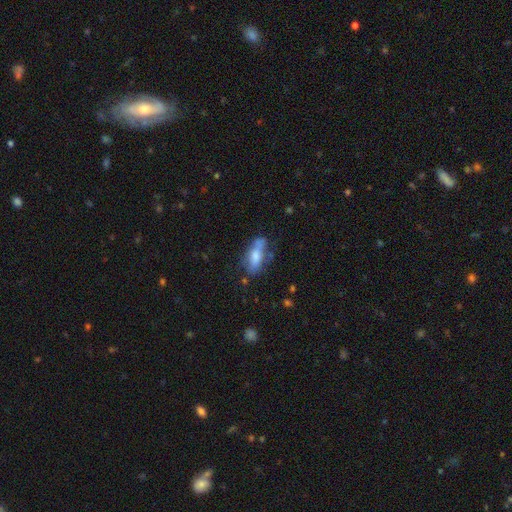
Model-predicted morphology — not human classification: The model was most divided on "merging": none: 55%, minor disturbance: 26%, major disturbance: 11%, merger: 9%. More confident: how rounded — in between (69%); smooth or featured — smooth (65%).